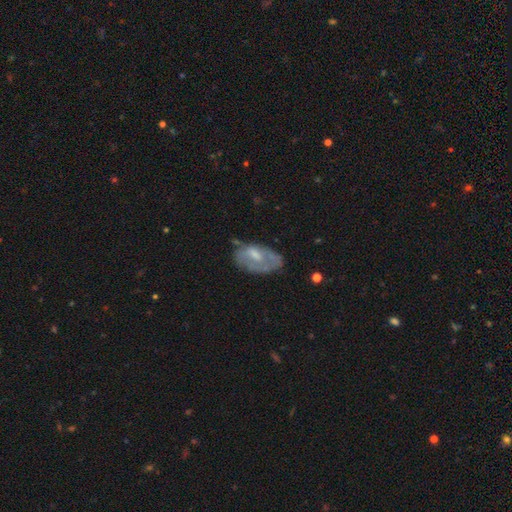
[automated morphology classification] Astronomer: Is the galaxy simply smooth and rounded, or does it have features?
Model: featured or disk — 50% (runner-up: smooth, 42%).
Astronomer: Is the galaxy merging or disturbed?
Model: none — 47% (runner-up: minor disturbance, 30%).